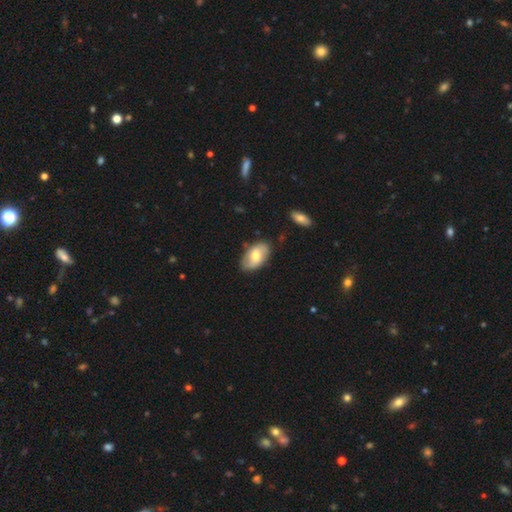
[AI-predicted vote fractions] This appears to be a smooth galaxy with no disk features (62%) that is in between round and cigar-shaped (93%). Merging: none (77%).